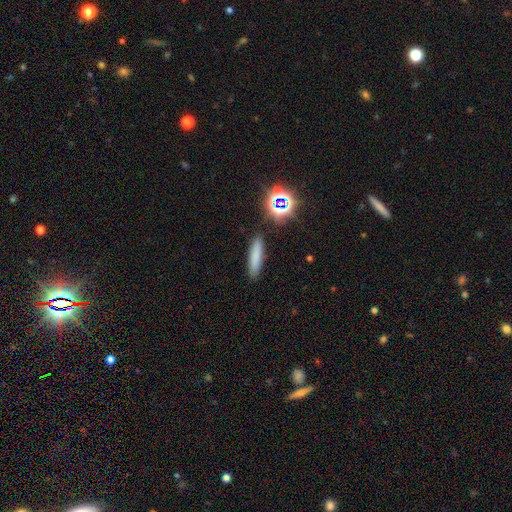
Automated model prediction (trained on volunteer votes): Q: Smooth or featured?
A: smooth (75%); runner-up: star or artifact (14%)
Q: How rounded?
A: cigar-shaped (81%); runner-up: in between (16%)
Q: Merging?
A: none (88%); runner-up: minor disturbance (8%)